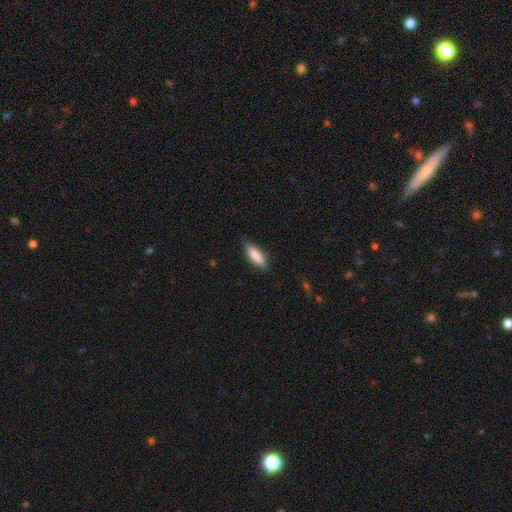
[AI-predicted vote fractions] smooth 83%, featured or disk 11%, star or artifact 6%. Down the decision tree: how rounded — in between (56%); merging — none (81%).